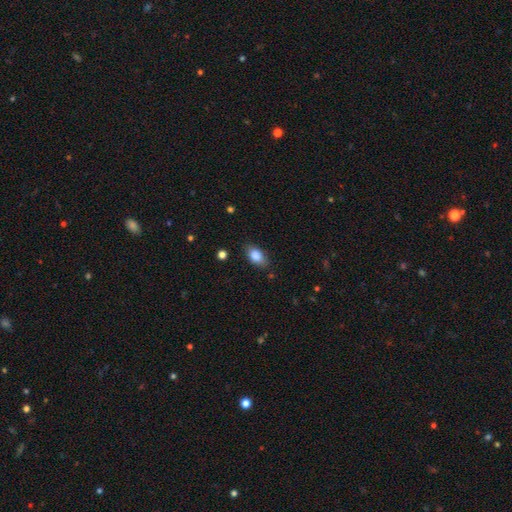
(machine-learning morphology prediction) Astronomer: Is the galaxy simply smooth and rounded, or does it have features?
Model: smooth — 85%.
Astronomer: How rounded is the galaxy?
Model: in between — 89%.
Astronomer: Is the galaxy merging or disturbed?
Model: none — 81%.